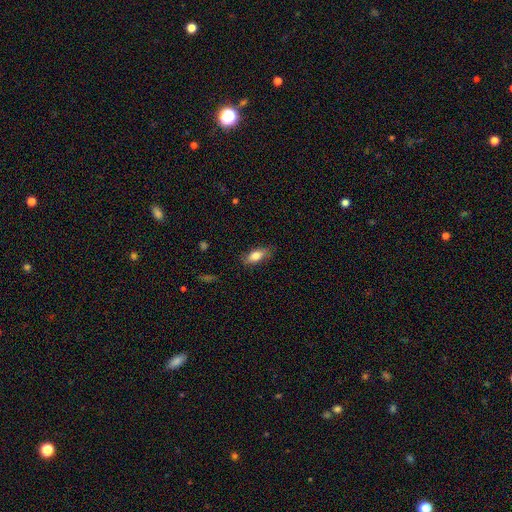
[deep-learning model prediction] smooth 77%, featured or disk 15%, star or artifact 7%. Down the decision tree: how rounded — in between (79%); merging — none (78%).